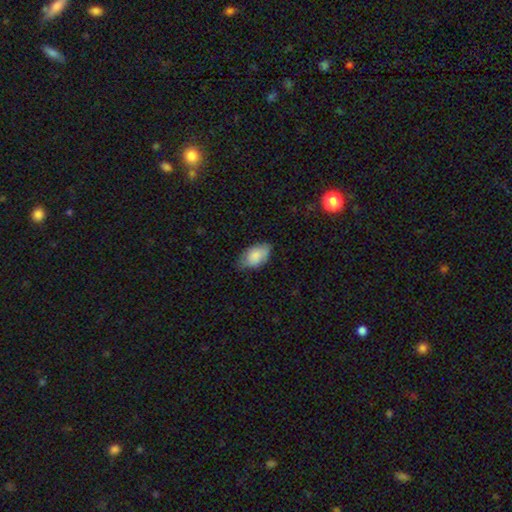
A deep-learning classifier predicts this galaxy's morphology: A smooth galaxy with no disk features (84%) that is in between round and cigar-shaped (93%). Merging: none (69%).